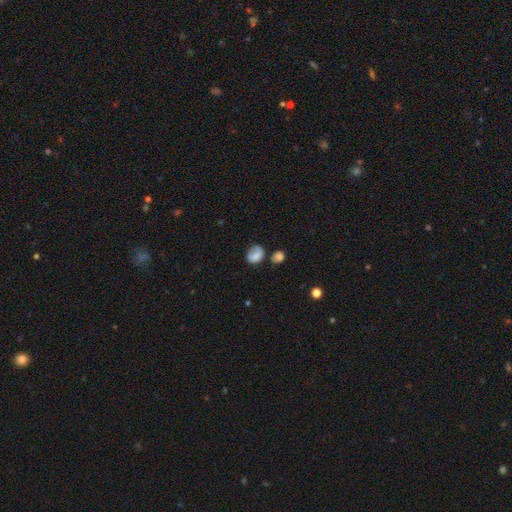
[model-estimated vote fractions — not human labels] This is likely a smooth galaxy (70%). How rounded: possibly in between (54%). Merging: possibly none (46%).